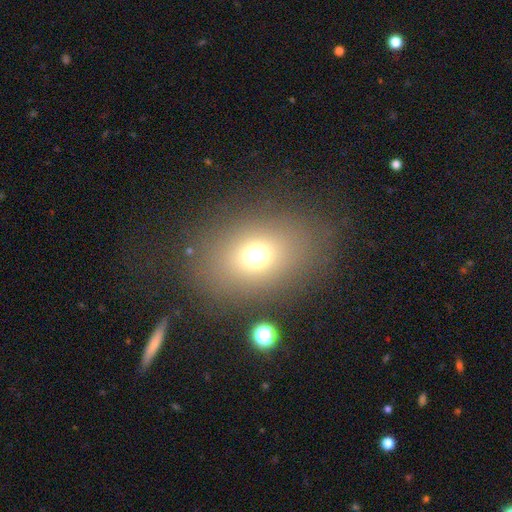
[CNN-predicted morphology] Smooth or featured?
  - smooth: 69% *
  - star or artifact: 19%
  - featured or disk: 12%
How rounded?
  - in between: 60% *
  - round: 39%
  - cigar-shaped: 1%
Merging?
  - none: 80% *
  - minor disturbance: 9%
  - major disturbance: 7%
  - merger: 4%